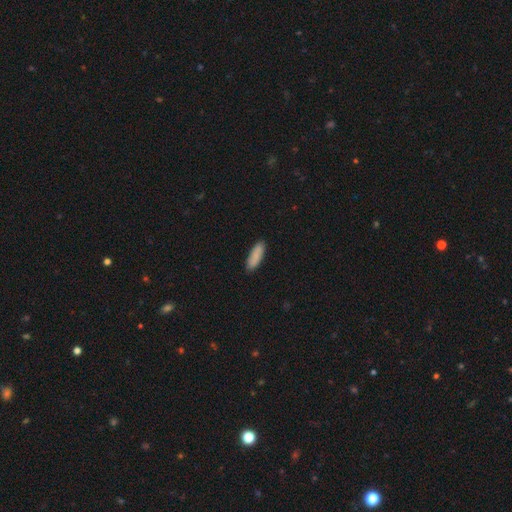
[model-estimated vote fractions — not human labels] smooth-or-featured: smooth: 86% | featured or disk: 8% | star or artifact: 6%
  how-rounded: in between: 56% | cigar-shaped: 42% | round: 2%
  merging: none: 87% | minor disturbance: 10% | major disturbance: 2% | merger: 1%